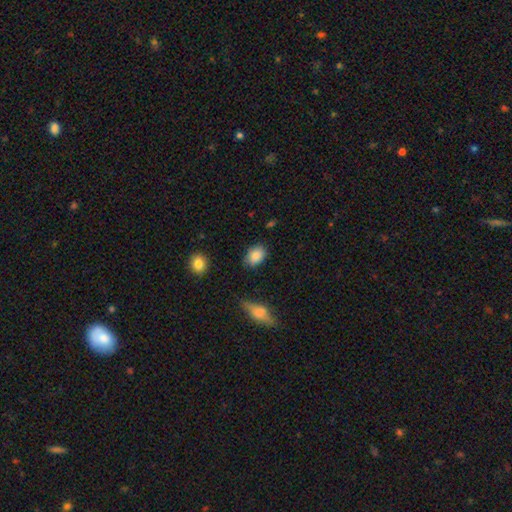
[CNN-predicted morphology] Smooth or featured? Predicted: smooth (p=0.85). How rounded? Predicted: in between (p=0.77). Merging? Predicted: none (p=0.76).